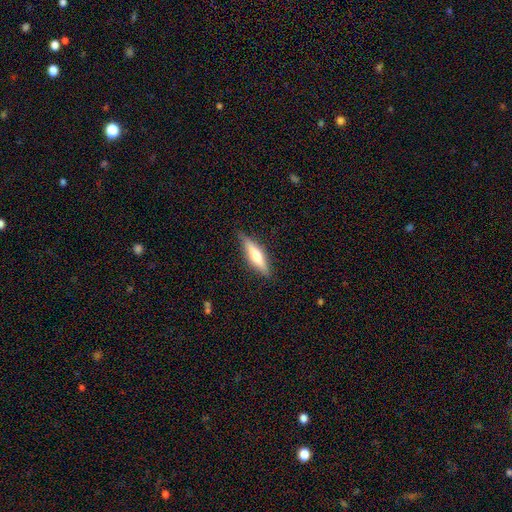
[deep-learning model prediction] Overall: smooth (49%; featured or disk 46%). Merging: none (84%).